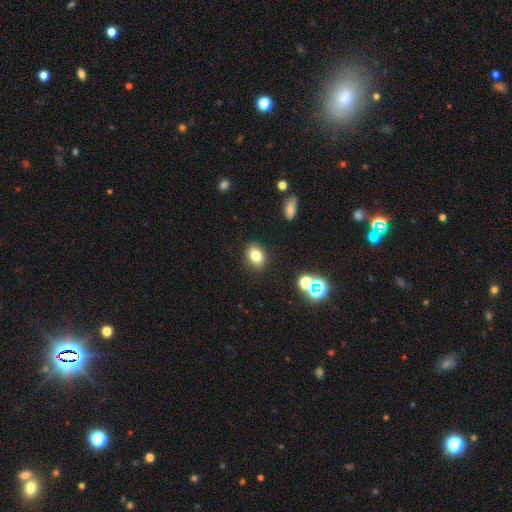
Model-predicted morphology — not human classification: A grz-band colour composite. It shows a smooth galaxy with no disk features (79%) that is in between round and cigar-shaped (59%). Merging: none (87%).